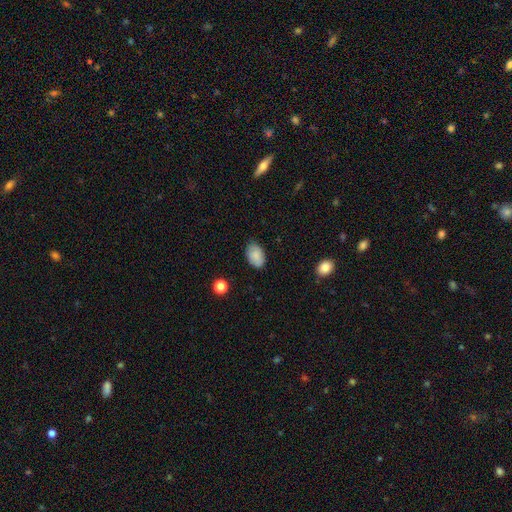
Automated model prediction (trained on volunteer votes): smooth-or-featured: smooth: 83% | featured or disk: 9% | star or artifact: 8%
  how-rounded: in between: 88% | round: 11% | cigar-shaped: 1%
  merging: none: 78% | minor disturbance: 18% | major disturbance: 3% | merger: 1%